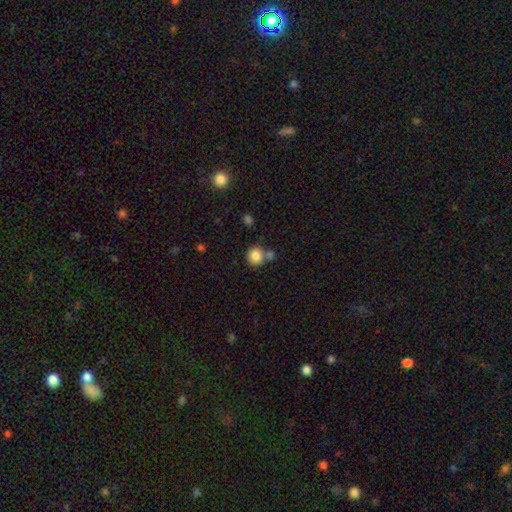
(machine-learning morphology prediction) A smooth galaxy with no disk features (84%) that is round (89%). Merging: none (64%).